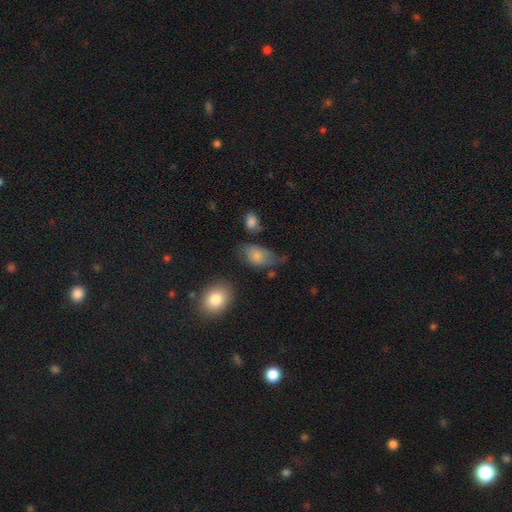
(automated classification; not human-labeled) Smooth or featured?
  - smooth: 77% *
  - featured or disk: 14%
  - star or artifact: 9%
How rounded?
  - in between: 87% *
  - round: 12%
  - cigar-shaped: 2%
Merging?
  - minor disturbance: 37% *
  - none: 36%
  - major disturbance: 21%
  - merger: 6%